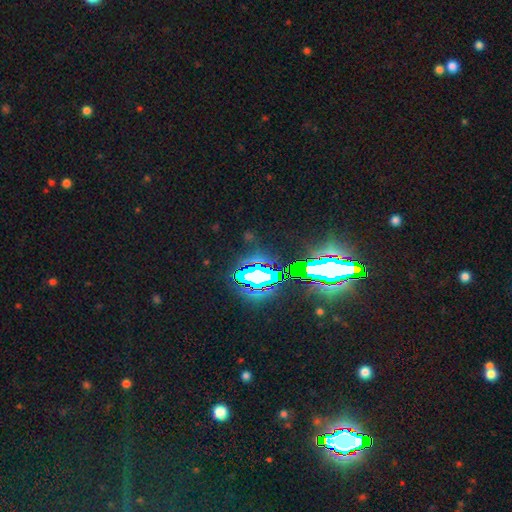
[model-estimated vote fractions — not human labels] Smooth or featured?
  - star or artifact: 84% *
  - smooth: 9%
  - featured or disk: 7%